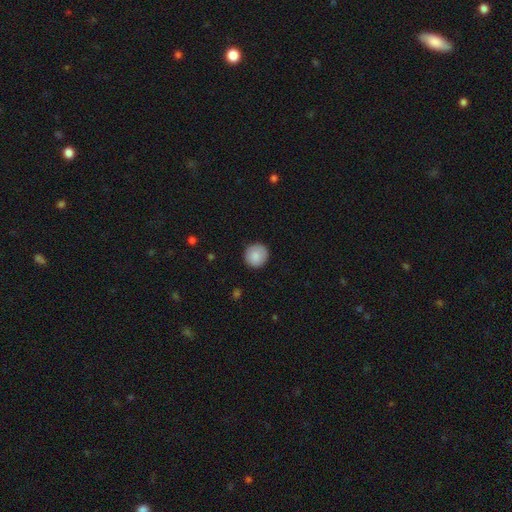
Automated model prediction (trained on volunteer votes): This is clearly a smooth galaxy (87%). How rounded: clearly round (95%). Merging: clearly none (90%).